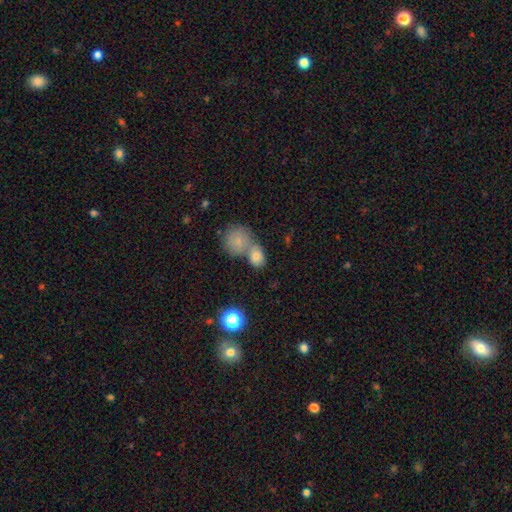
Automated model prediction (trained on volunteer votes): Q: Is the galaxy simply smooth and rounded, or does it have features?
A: smooth — 76%.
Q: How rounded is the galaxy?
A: in between — 50%.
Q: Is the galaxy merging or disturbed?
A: merger — 56%.